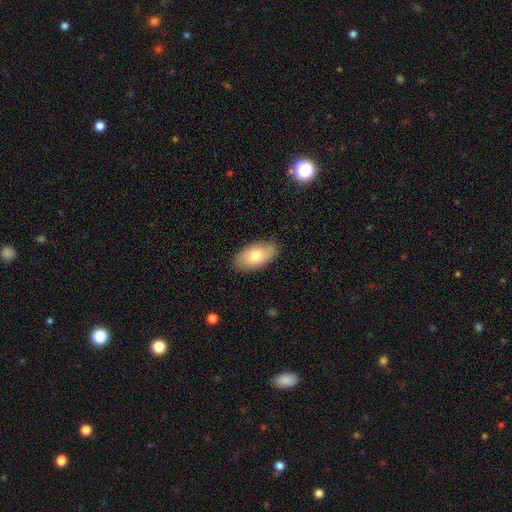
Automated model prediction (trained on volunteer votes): Smooth or featured? Predicted: smooth (p=0.78). How rounded? Predicted: in between (p=0.95). Merging? Predicted: none (p=0.86).